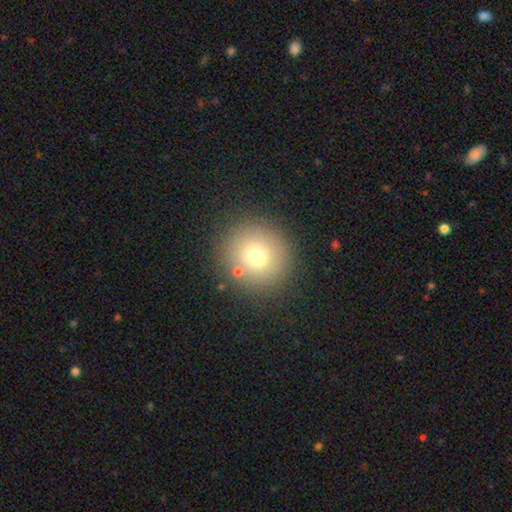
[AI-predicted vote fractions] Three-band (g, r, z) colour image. It shows a smooth galaxy with no disk features (72%) that is round (93%). Merging: none (85%).